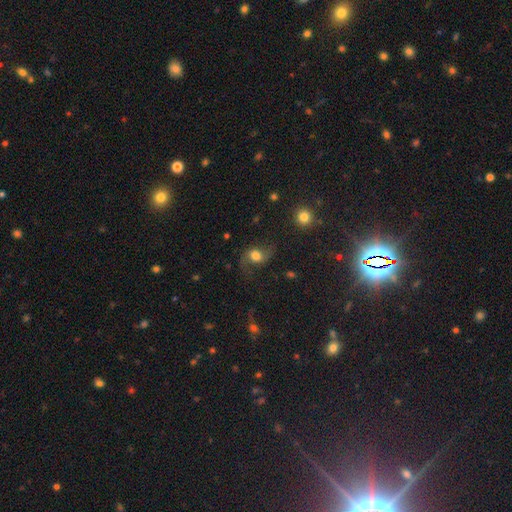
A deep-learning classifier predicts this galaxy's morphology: Smooth or featured?
  - featured or disk: 55% *
  - smooth: 34%
  - star or artifact: 11%
Edge-on disk?
  - no: 96% *
  - yes: 4%
Bar?
  - no: 63% *
  - weak: 30%
  - strong: 7%
Spiral arms?
  - yes: 89% *
  - no: 11%
Bulge size?
  - moderate: 44% *
  - large: 38%
  - small: 8%
  - dominant: 8%
  - none: 2%
Merging?
  - none: 62% *
  - minor disturbance: 19%
  - major disturbance: 17%
  - merger: 2%